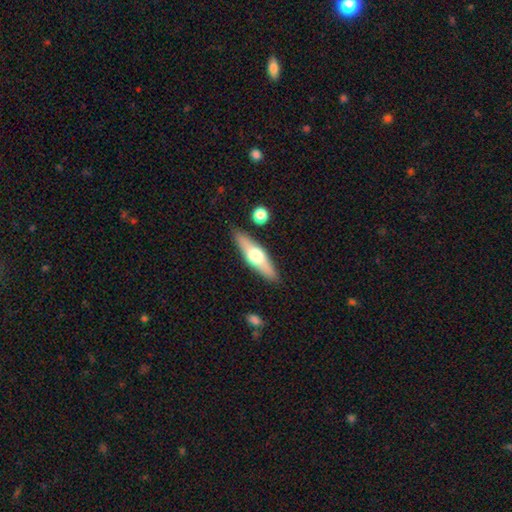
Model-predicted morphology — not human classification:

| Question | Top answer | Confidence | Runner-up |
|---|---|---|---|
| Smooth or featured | featured or disk | 52% | smooth (42%) |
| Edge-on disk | yes | 91% | no (9%) |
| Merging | none | 87% | minor disturbance (9%) |